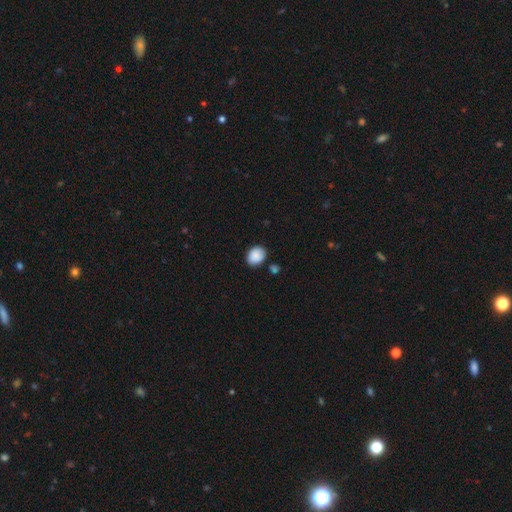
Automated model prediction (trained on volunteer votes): Q: Smooth or featured?
A: smooth (88%); runner-up: star or artifact (8%)
Q: How rounded?
A: round (51%); runner-up: in between (48%)
Q: Merging?
A: none (76%); runner-up: minor disturbance (16%)